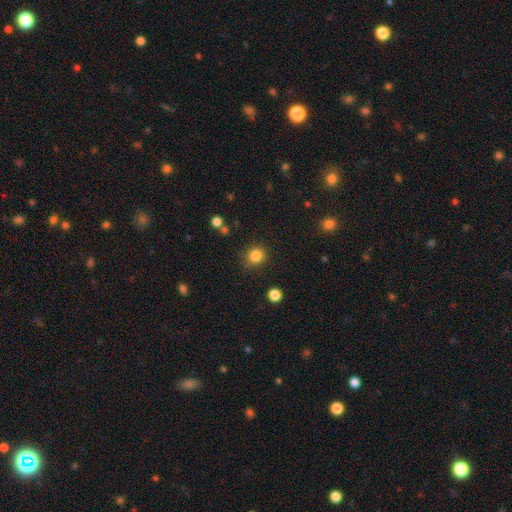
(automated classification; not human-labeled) smooth 84%, star or artifact 12%, featured or disk 4%. Down the decision tree: how rounded — round (85%); merging — none (83%).